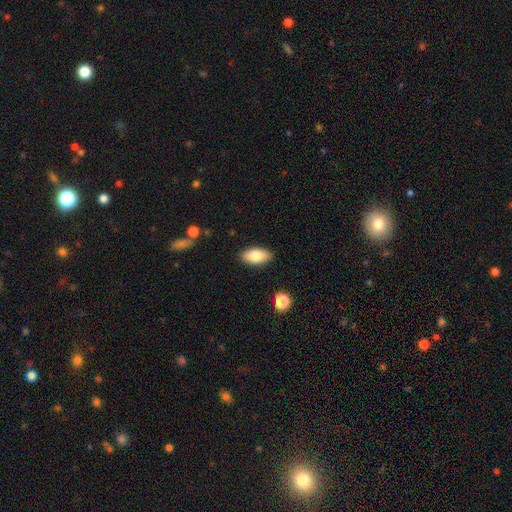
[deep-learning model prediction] Smooth or featured? Predicted: smooth (p=0.81). How rounded? Predicted: in between (p=0.92). Merging? Predicted: none (p=0.88).